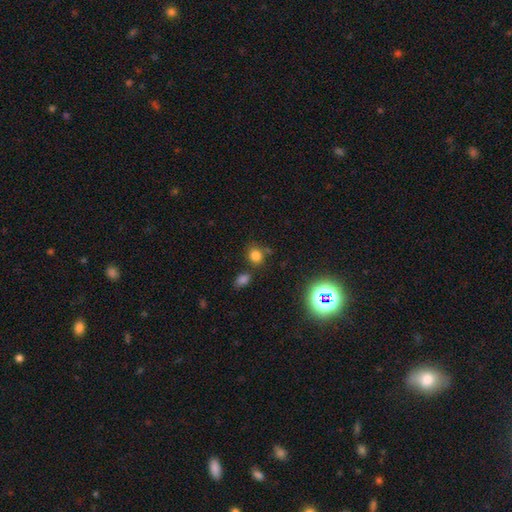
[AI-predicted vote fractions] A smooth galaxy with no disk features (77%) that is round (65%).

Vote fractions:
- Smooth or featured? smooth: 77% / star or artifact: 18% / featured or disk: 6%
- How rounded? round: 65% / in between: 33% / cigar-shaped: 1%
- Merging? none: 69% / minor disturbance: 14% / merger: 12% / major disturbance: 5%